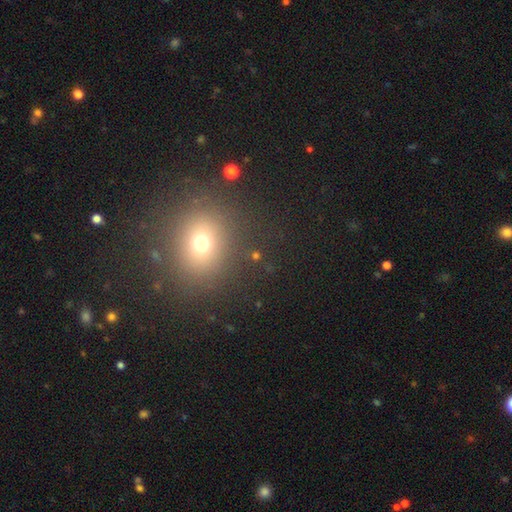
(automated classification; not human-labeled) This appears to be a smooth galaxy with no disk features (60%) that is round (78%). Merging: none (84%).